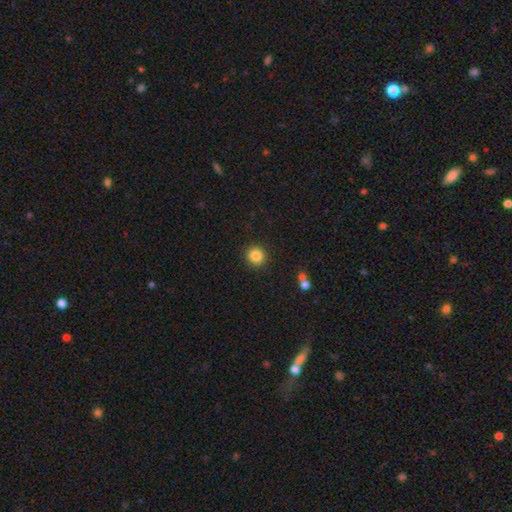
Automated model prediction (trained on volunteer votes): Q: Smooth or featured?
A: smooth (86%); runner-up: star or artifact (10%)
Q: How rounded?
A: round (92%); runner-up: in between (7%)
Q: Merging?
A: none (90%); runner-up: minor disturbance (6%)